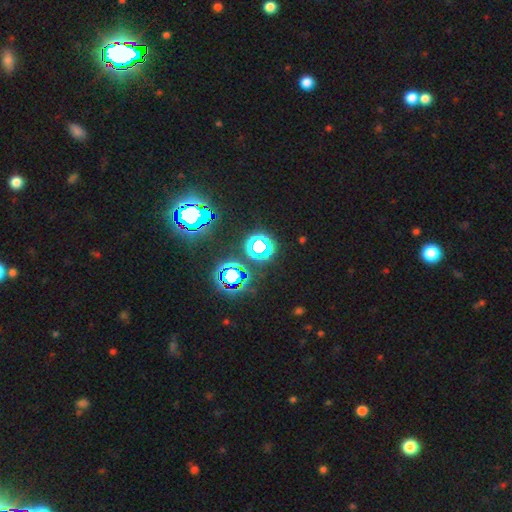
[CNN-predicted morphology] This appears to be a star or artifact, not a galaxy (75%).